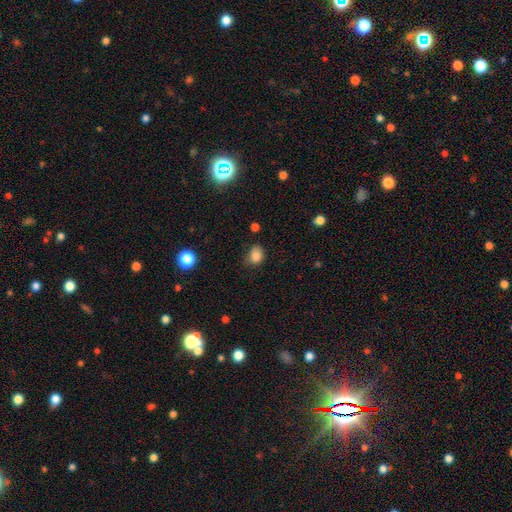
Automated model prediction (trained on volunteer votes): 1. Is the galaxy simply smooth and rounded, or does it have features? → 83% smooth, 12% star or artifact, 6% featured or disk.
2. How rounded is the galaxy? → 56% in between, 43% round, 1% cigar-shaped.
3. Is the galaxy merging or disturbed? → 52% none, 35% minor disturbance, 10% major disturbance, 3% merger.